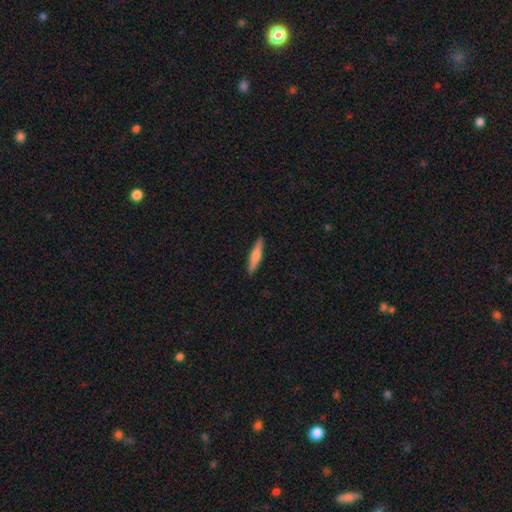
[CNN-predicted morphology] Smooth or featured: smooth — 62% (featured or disk — 33%)
How rounded: cigar-shaped — 87% (in between — 12%)
Merging: none — 91% (minor disturbance — 6%)